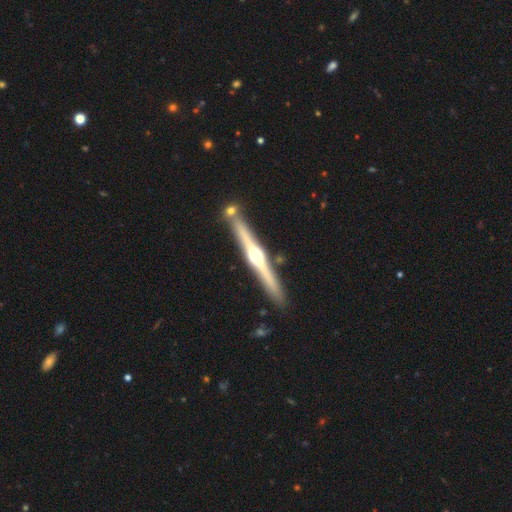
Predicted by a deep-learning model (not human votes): Q: Smooth or featured?
A: featured or disk (78%); runner-up: smooth (17%)
Q: Edge-on disk?
A: yes (98%); runner-up: no (2%)
Q: Edge-on bulge?
A: rounded (94%); runner-up: boxy (3%)
Q: Merging?
A: none (83%); runner-up: minor disturbance (9%)